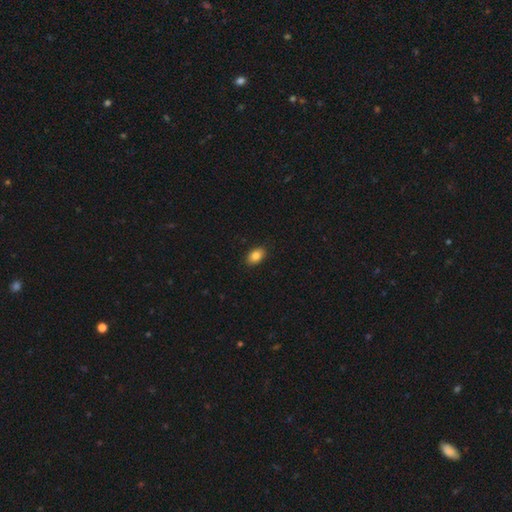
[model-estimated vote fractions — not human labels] Smooth or featured? Predicted: smooth (p=0.85). How rounded? Predicted: in between (p=0.87). Merging? Predicted: none (p=0.90).